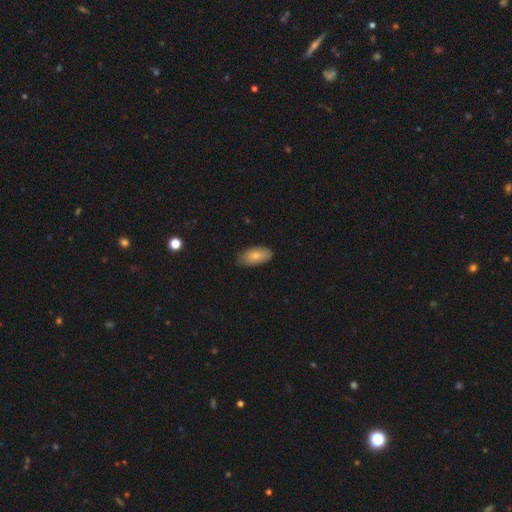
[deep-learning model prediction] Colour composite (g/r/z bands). It shows a smooth galaxy with no disk features (80%) that is in between round and cigar-shaped (92%). Merging: none (79%).